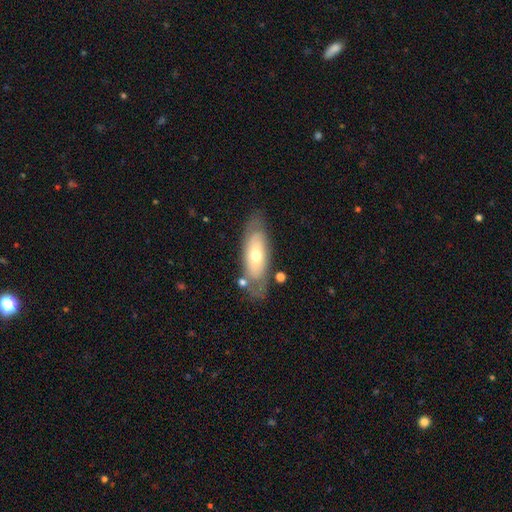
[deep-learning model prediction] Smooth or featured: featured or disk — 49% (smooth — 45%)
Merging: none — 71% (minor disturbance — 18%)